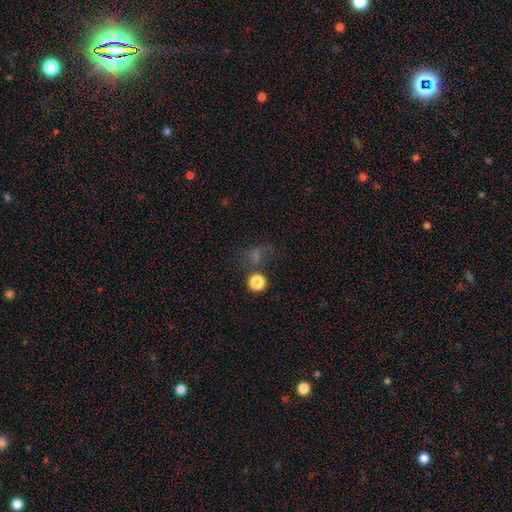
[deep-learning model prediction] This is possibly a smooth galaxy (46%). Merging: possibly none (58%).